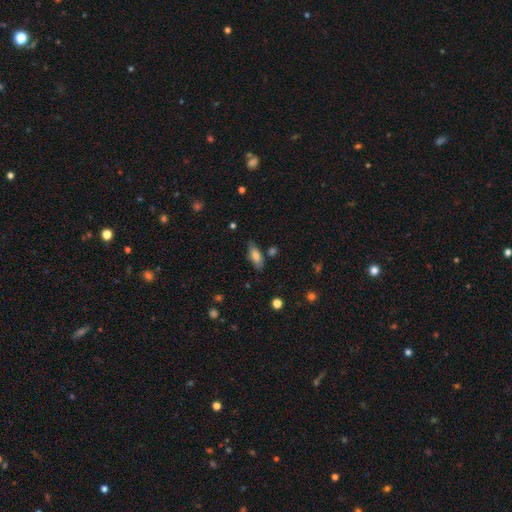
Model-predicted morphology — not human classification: smooth 72%, featured or disk 20%, star or artifact 8%. Down the decision tree: how rounded — in between (75%); merging — none (75%).